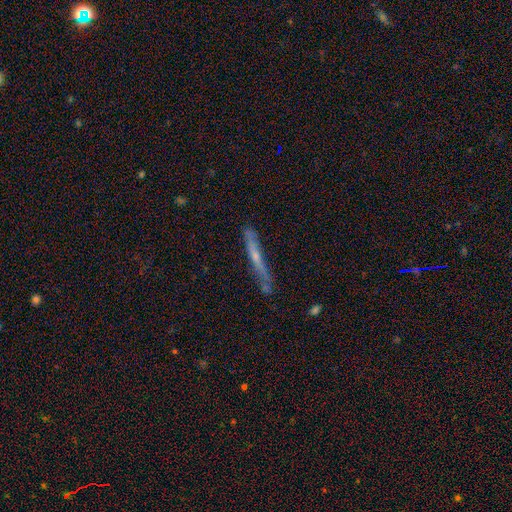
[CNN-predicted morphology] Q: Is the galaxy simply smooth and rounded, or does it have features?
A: featured or disk — 59%.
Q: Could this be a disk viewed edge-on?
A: yes — 92%.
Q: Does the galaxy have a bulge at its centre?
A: rounded — 49%.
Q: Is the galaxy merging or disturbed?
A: none — 74%.